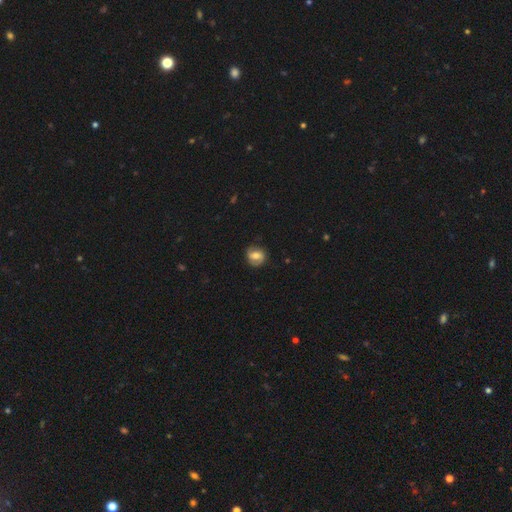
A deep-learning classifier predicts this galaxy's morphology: The model was most divided on "smooth or featured": featured or disk: 48%, smooth: 44%, star or artifact: 8%. More confident: merging — none (79%).